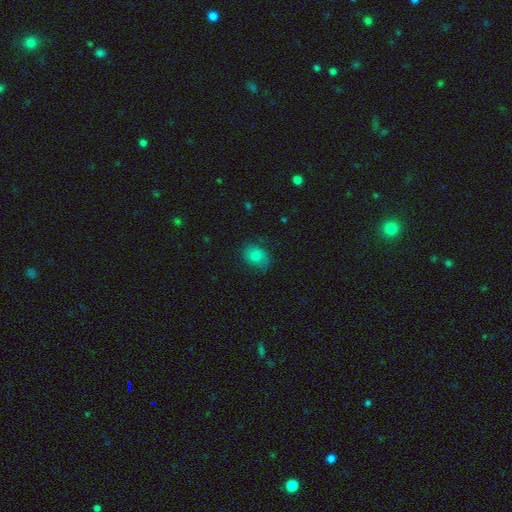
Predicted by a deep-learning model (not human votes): smooth-or-featured: smooth: 79% | featured or disk: 11% | star or artifact: 10%
  how-rounded: in between: 65% | round: 34% | cigar-shaped: 1%
  merging: none: 72% | minor disturbance: 21% | major disturbance: 6% | merger: 1%